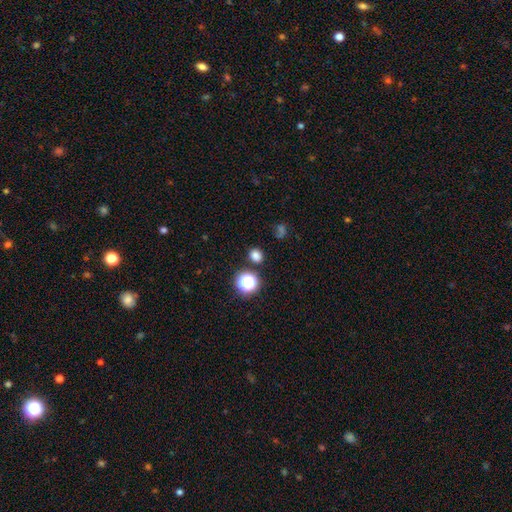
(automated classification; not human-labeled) smooth 75%, star or artifact 20%, featured or disk 5%. Down the decision tree: how rounded — round (77%); merging — none (82%).